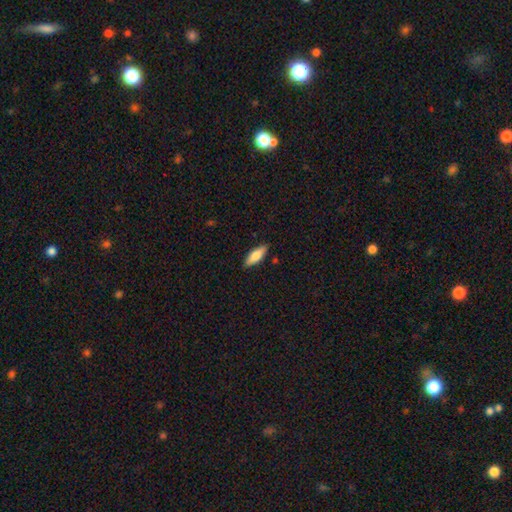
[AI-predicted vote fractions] The model was most divided on "how rounded": in between: 60%, cigar-shaped: 38%, round: 2%. More confident: merging — none (87%); smooth or featured — smooth (74%).